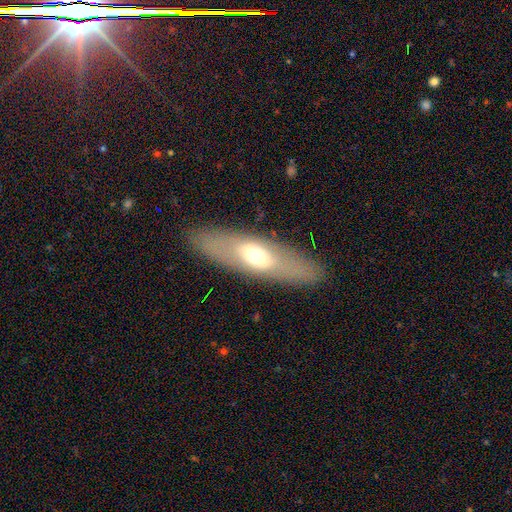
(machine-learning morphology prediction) Smooth or featured: smooth — 48% (featured or disk — 44%)
Merging: none — 87% (minor disturbance — 9%)